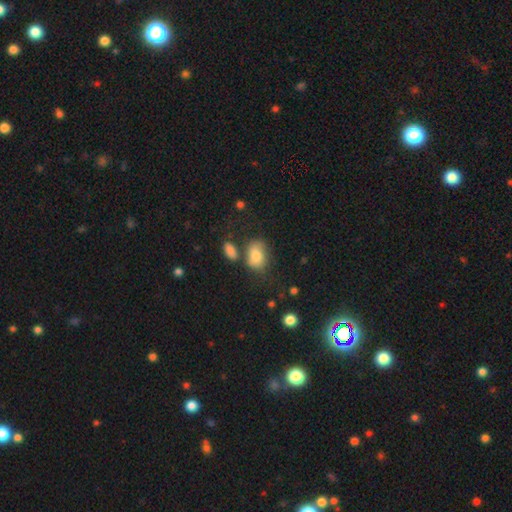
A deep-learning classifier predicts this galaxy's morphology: smooth 80%, featured or disk 12%, star or artifact 8%. Down the decision tree: how rounded — in between (80%); merging — none (49%).